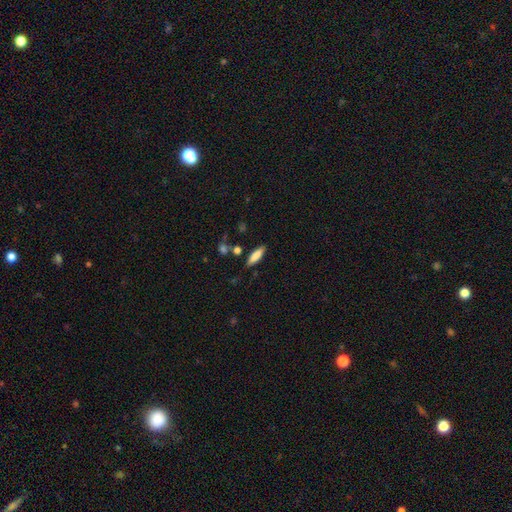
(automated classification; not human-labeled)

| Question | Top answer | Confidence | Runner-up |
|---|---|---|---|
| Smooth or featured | smooth | 81% | featured or disk (12%) |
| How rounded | cigar-shaped | 58% | in between (40%) |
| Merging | none | 82% | minor disturbance (12%) |